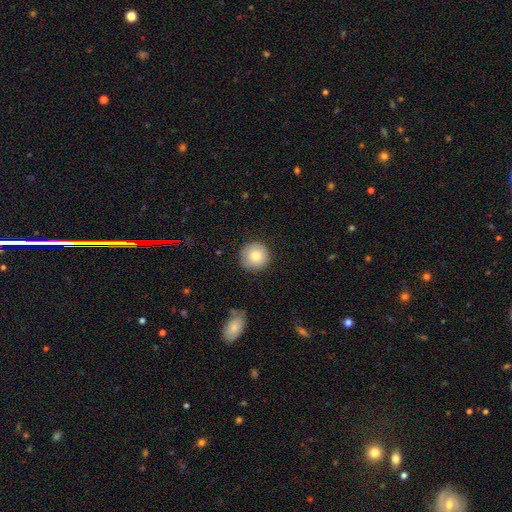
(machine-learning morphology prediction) smooth 81%, featured or disk 11%, star or artifact 9%. Down the decision tree: how rounded — round (95%); merging — none (89%).